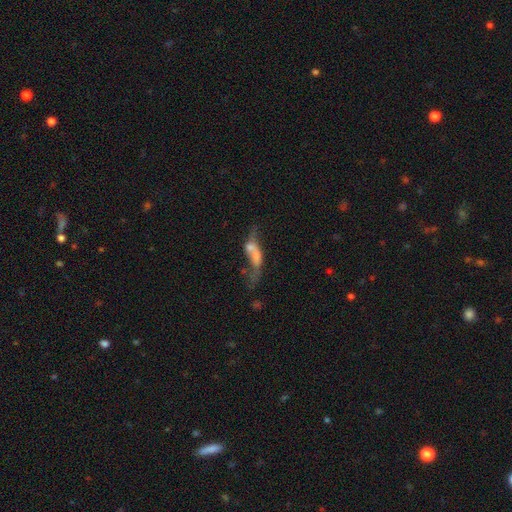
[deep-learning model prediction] Smooth or featured? Predicted: featured or disk (p=0.55). Edge-on disk? Predicted: no (p=0.84). Merging? Predicted: merger (p=0.45).